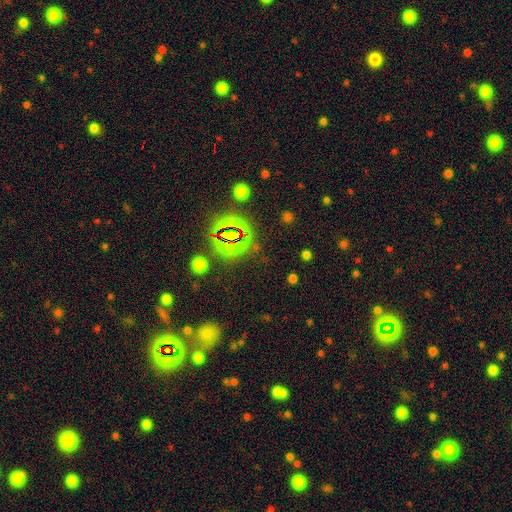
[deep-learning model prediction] This is likely a star or artifact rather than a galaxy (78%).